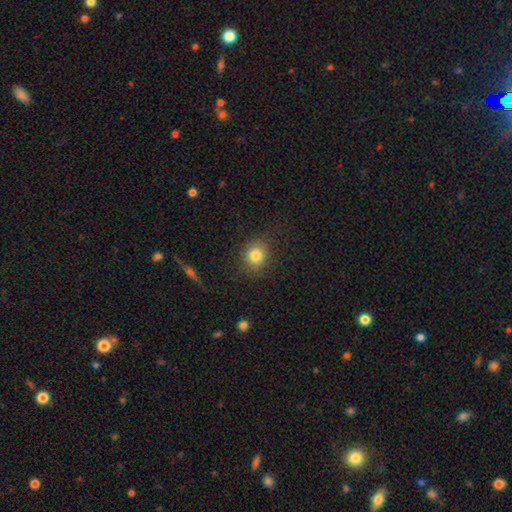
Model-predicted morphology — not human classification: Q: Smooth or featured?
A: smooth (81%); runner-up: star or artifact (12%)
Q: How rounded?
A: round (79%); runner-up: in between (20%)
Q: Merging?
A: none (83%); runner-up: minor disturbance (11%)